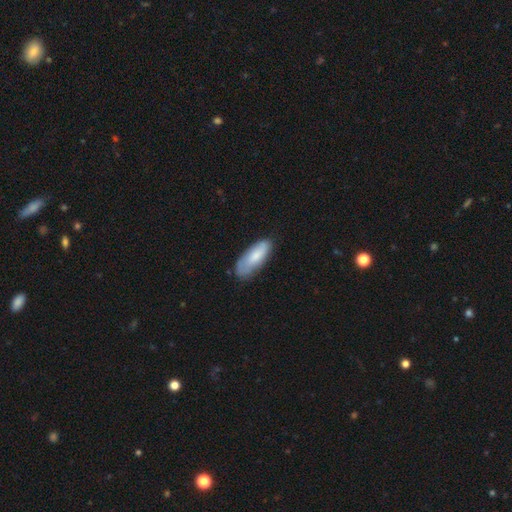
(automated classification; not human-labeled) A smooth galaxy with no disk features (77%) that is in between round and cigar-shaped (70%).

Vote fractions:
- Smooth or featured? smooth: 77% / featured or disk: 18% / star or artifact: 6%
- How rounded? in between: 70% / cigar-shaped: 28% / round: 2%
- Merging? none: 69% / minor disturbance: 24% / major disturbance: 5% / merger: 2%